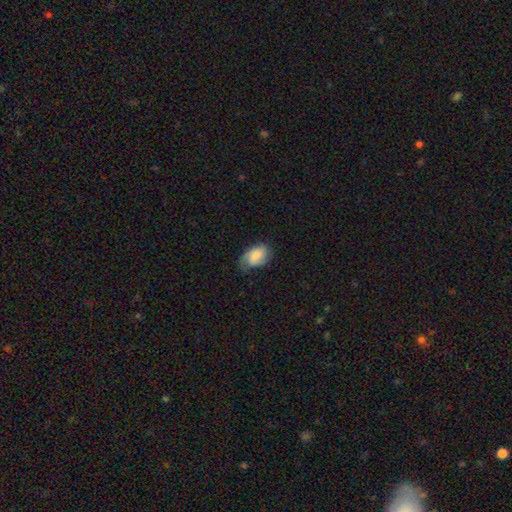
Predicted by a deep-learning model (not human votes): A smooth galaxy with no disk features (58%) that is in between round and cigar-shaped (88%). Merging: none (57%).